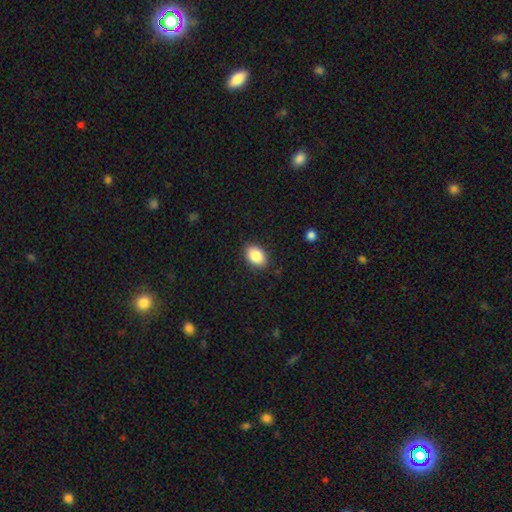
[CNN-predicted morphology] This appears to be a smooth galaxy with no disk features (87%) that is in between round and cigar-shaped (85%). Merging: none (87%).